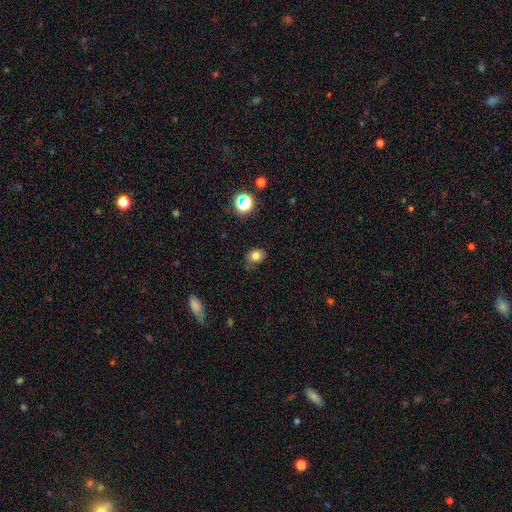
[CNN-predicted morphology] smooth_or_featured: smooth (p=0.79) [alt: star or artifact p=0.14]
how_rounded: in between (p=0.50) [alt: round p=0.49]
merging: none (p=0.63) [alt: minor disturbance p=0.27]